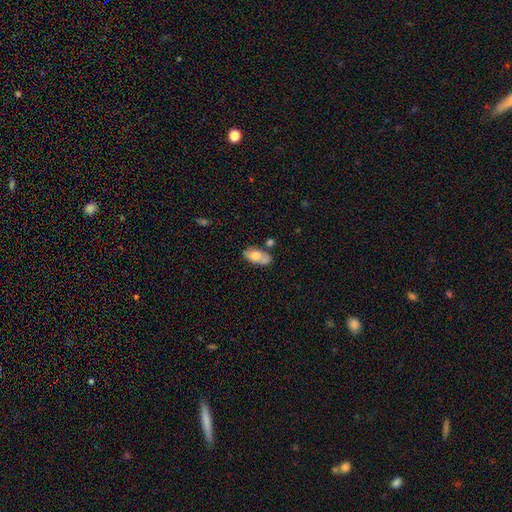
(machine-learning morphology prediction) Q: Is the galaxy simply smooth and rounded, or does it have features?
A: smooth — 62%.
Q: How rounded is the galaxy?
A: in between — 92%.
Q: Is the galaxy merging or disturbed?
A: none — 63%.